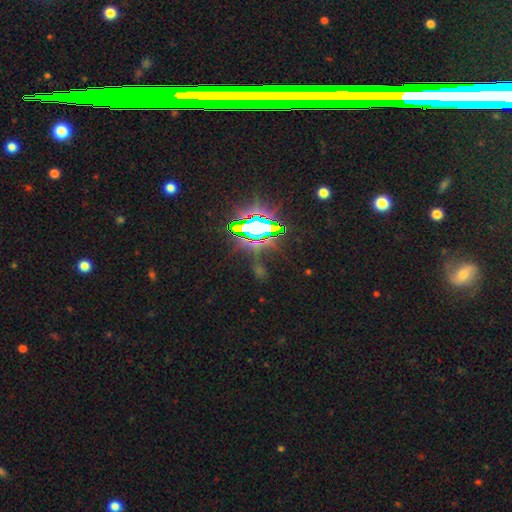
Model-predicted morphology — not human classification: star or artifact 79%, featured or disk 11%, smooth 10%.